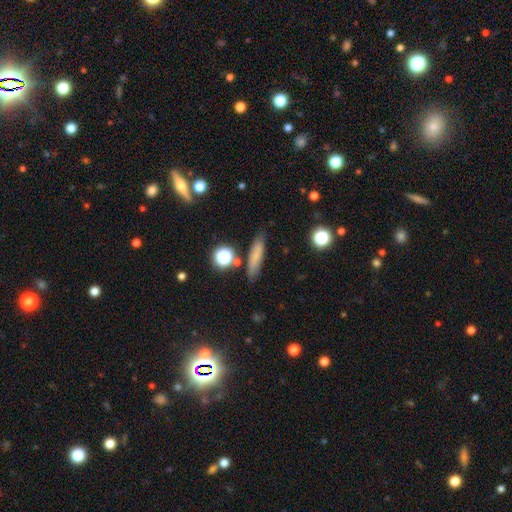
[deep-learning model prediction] A smooth galaxy with no disk features (73%) that is cigar-shaped (79%). Merging: none (83%).